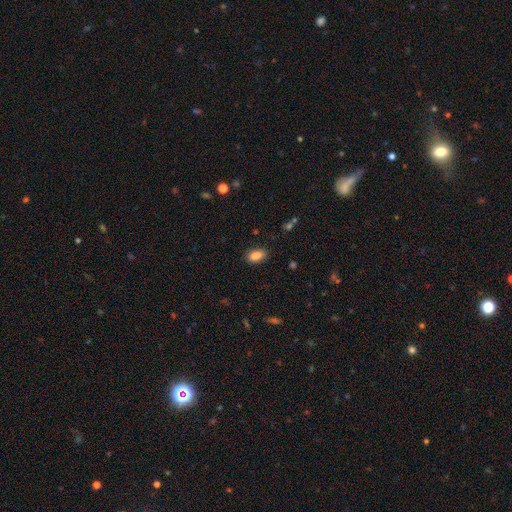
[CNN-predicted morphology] smooth_or_featured: smooth (p=0.87) [alt: star or artifact p=0.09]
how_rounded: in between (p=0.90) [alt: round p=0.07]
merging: none (p=0.85) [alt: minor disturbance p=0.11]